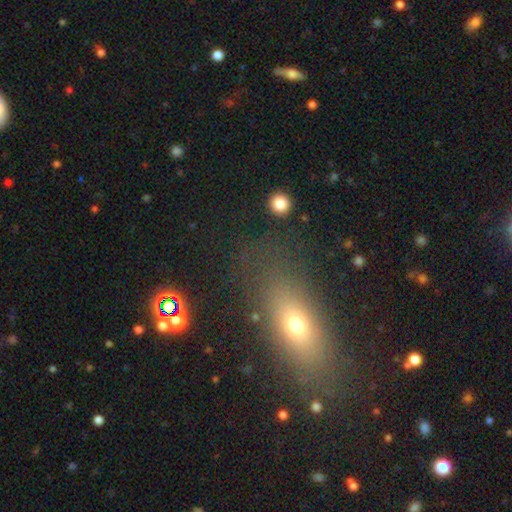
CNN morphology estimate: smooth-or-featured: smooth: 60% | star or artifact: 21% | featured or disk: 19%
  how-rounded: in between: 61% | cigar-shaped: 26% | round: 13%
  merging: none: 80% | minor disturbance: 11% | major disturbance: 6% | merger: 3%